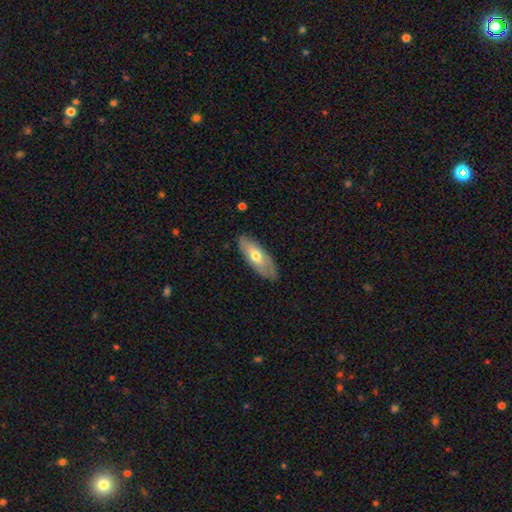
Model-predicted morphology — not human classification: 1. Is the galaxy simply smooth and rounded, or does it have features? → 54% smooth, 40% featured or disk, 6% star or artifact.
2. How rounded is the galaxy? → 73% in between, 25% cigar-shaped, 2% round.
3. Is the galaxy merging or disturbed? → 82% none, 14% minor disturbance, 3% major disturbance, 1% merger.